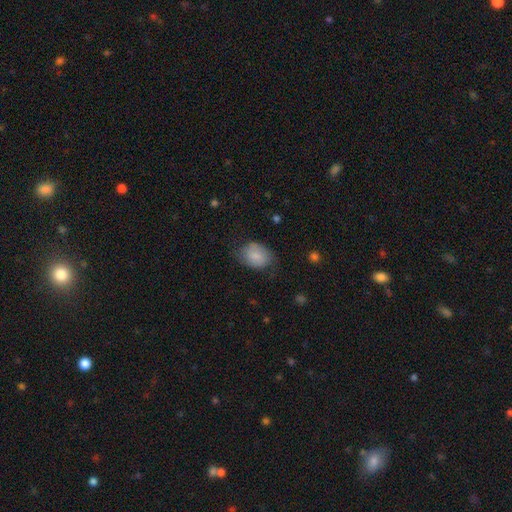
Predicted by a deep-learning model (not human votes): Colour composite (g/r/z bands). It shows a smooth galaxy with no disk features (80%) that is in between round and cigar-shaped (70%). Merging: none (60%).